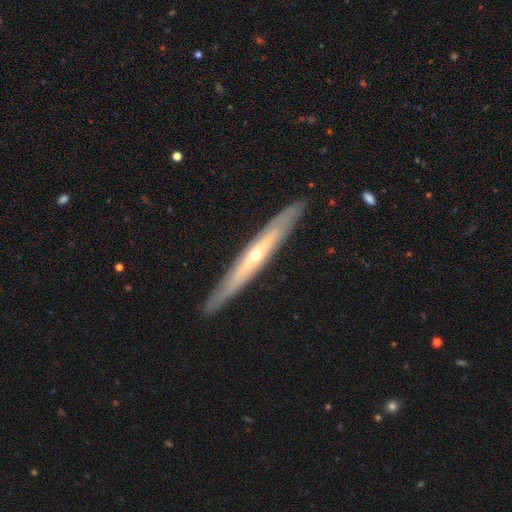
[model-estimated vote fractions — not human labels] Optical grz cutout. It shows a featured or disk galaxy (74%) viewed edge-on (87%) with a rounded central bulge (74%). Merging: none (89%).